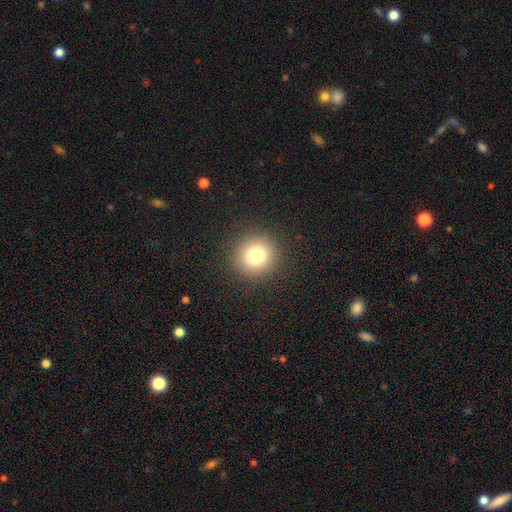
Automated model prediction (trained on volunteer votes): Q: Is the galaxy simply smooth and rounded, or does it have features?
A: smooth — 79%.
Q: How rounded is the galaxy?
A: round — 93%.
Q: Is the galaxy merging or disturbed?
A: none — 91%.